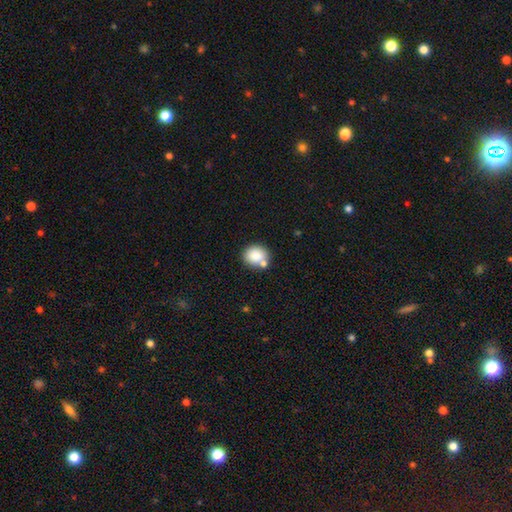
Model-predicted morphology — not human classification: smooth 85%, star or artifact 9%, featured or disk 6%. Down the decision tree: how rounded — round (73%); merging — none (64%).